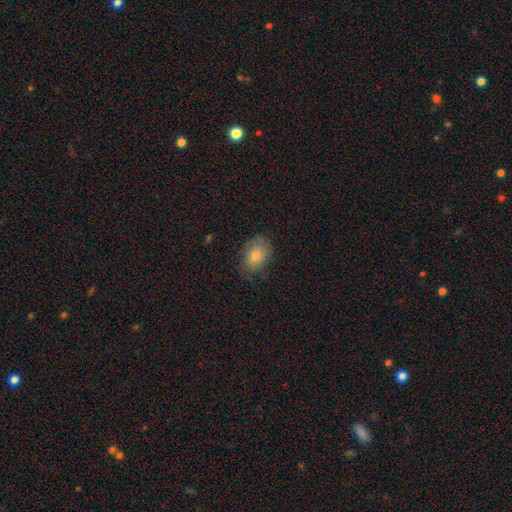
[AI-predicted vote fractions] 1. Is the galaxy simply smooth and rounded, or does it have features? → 63% smooth, 27% featured or disk, 10% star or artifact.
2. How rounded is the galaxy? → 74% in between, 24% round, 1% cigar-shaped.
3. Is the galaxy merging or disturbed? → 71% none, 21% minor disturbance, 7% major disturbance, 1% merger.